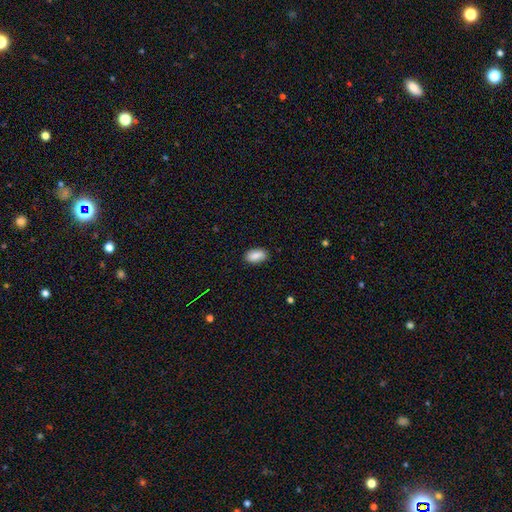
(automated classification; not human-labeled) Smooth or featured: smooth — 88% (star or artifact — 7%)
How rounded: in between — 92% (round — 5%)
Merging: none — 86% (minor disturbance — 11%)